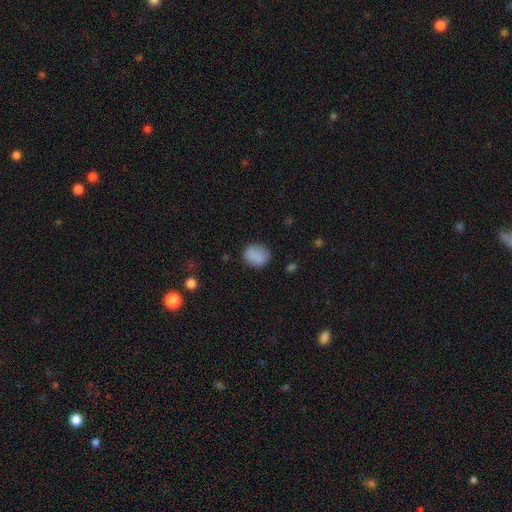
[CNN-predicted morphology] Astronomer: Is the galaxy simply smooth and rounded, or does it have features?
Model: smooth — 86%.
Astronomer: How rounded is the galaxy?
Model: round — 54% (runner-up: in between, 45%).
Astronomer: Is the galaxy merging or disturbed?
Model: none — 80%.